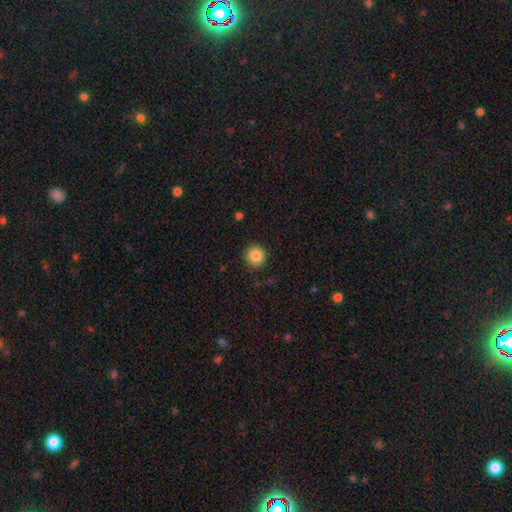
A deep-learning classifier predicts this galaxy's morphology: Smooth or featured: smooth — 85% (star or artifact — 9%)
How rounded: round — 95% (in between — 4%)
Merging: none — 90% (minor disturbance — 7%)